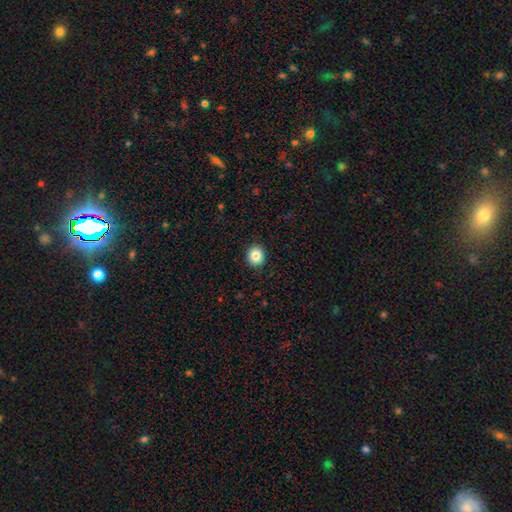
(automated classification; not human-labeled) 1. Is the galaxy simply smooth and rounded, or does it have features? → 84% smooth, 10% star or artifact, 7% featured or disk.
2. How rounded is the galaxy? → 76% round, 23% in between, 1% cigar-shaped.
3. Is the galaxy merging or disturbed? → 91% none, 6% minor disturbance, 2% major disturbance, 1% merger.